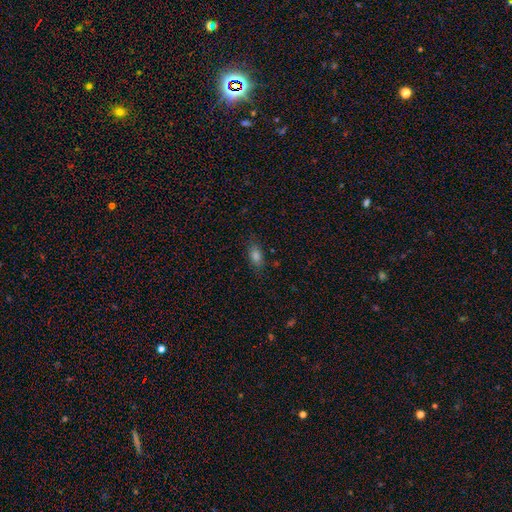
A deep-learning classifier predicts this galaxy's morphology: Q: Smooth or featured?
A: smooth (76%); runner-up: star or artifact (13%)
Q: How rounded?
A: in between (80%); runner-up: cigar-shaped (10%)
Q: Merging?
A: none (81%); runner-up: minor disturbance (14%)